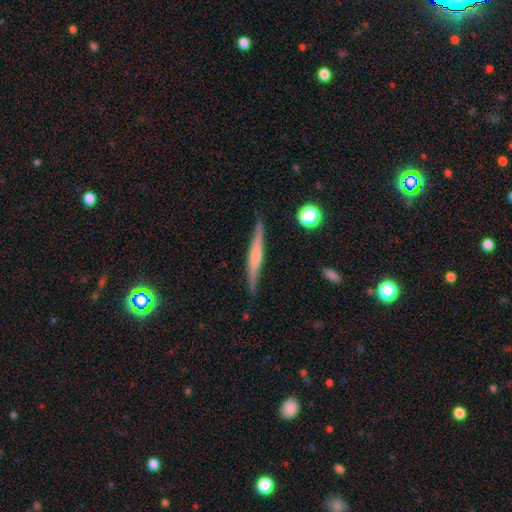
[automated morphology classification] This is possibly a featured or disk galaxy (59%). It is clearly viewed edge-on (97%). Edge-on bulge: marginally rounded (41%). Merging: clearly none (87%).